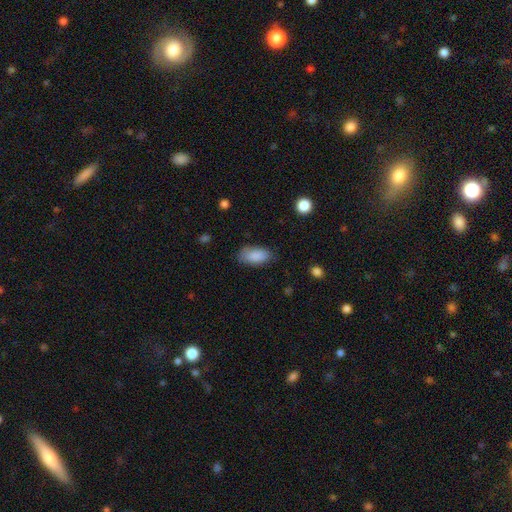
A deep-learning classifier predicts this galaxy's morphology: type=smooth (88%); roundness=in between (92%); merging=none (79%).